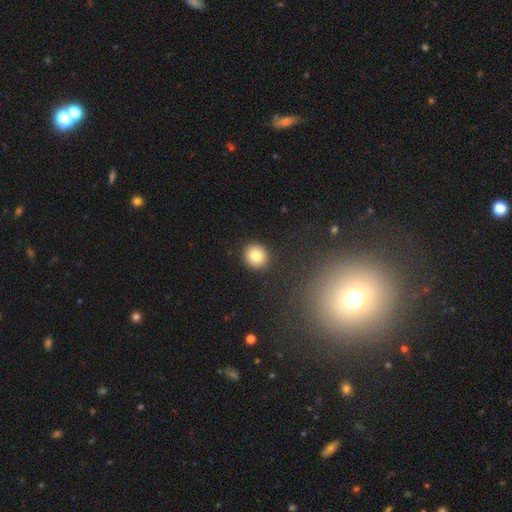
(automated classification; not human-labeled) Overall: smooth (83%). How rounded: round (89%). Merging: none (91%).